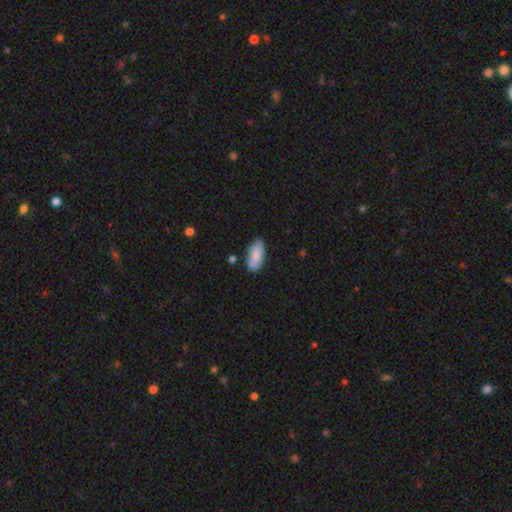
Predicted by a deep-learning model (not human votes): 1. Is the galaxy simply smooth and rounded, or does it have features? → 83% smooth, 10% featured or disk, 6% star or artifact.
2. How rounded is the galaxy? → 88% in between, 10% cigar-shaped, 2% round.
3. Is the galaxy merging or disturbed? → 73% none, 20% minor disturbance, 4% merger, 3% major disturbance.